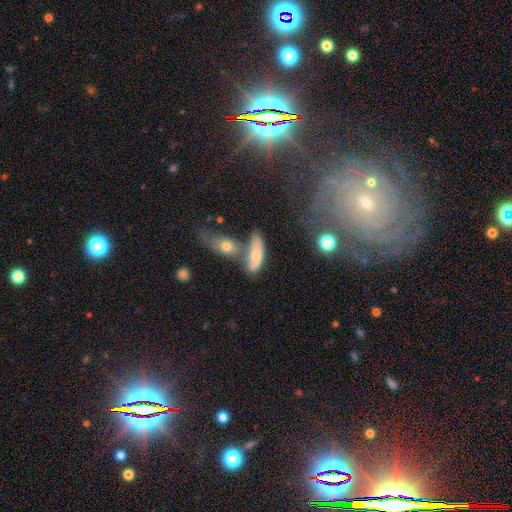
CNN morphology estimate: Smooth or featured?
  - smooth: 68% *
  - featured or disk: 24%
  - star or artifact: 8%
How rounded?
  - in between: 62% *
  - cigar-shaped: 35%
  - round: 4%
Merging?
  - merger: 41% *
  - none: 37%
  - minor disturbance: 15%
  - major disturbance: 7%